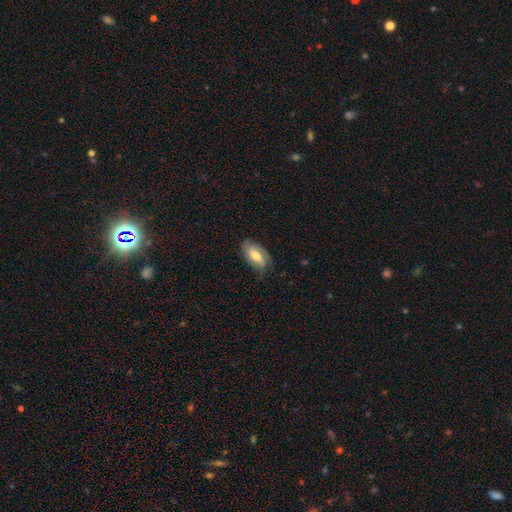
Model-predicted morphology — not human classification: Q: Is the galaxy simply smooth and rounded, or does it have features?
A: smooth — 49%.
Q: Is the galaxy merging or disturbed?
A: none — 72%.